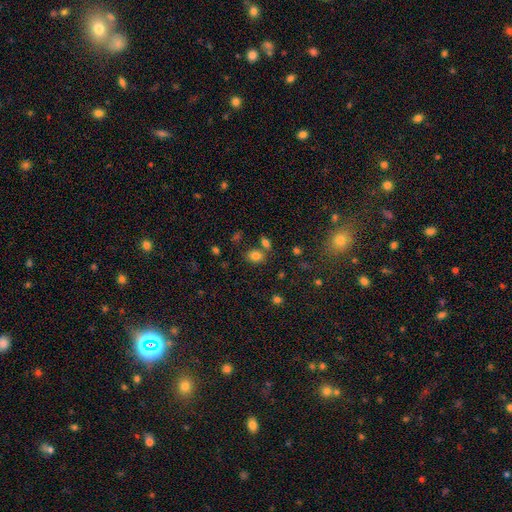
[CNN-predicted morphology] type=smooth (81%); roundness=in between (72%); merging=none (68%).